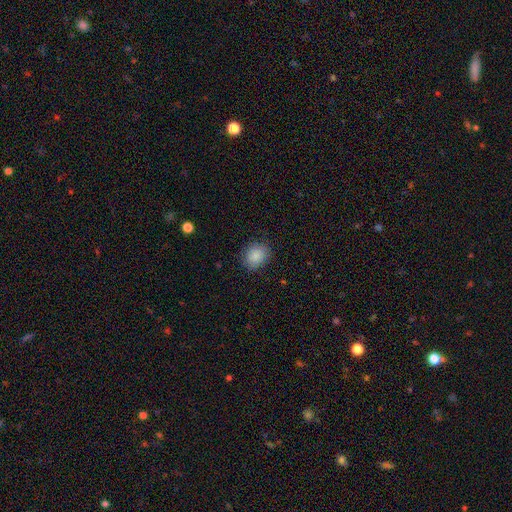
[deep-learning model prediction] This is clearly a smooth galaxy (87%). How rounded: possibly round (58%). Merging: clearly none (84%).